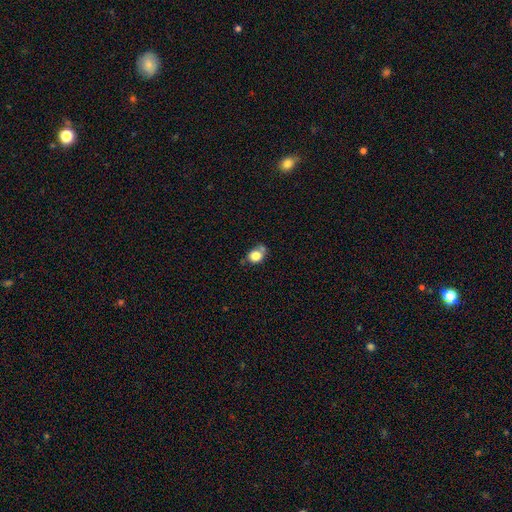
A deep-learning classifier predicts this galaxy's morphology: This is clearly a smooth galaxy (80%). How rounded: likely round (61%). Merging: possibly none (48%).